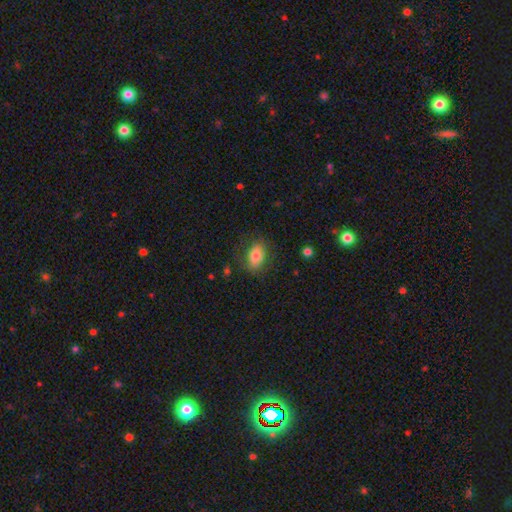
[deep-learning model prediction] This is likely a smooth galaxy (78%). How rounded: clearly in between (85%). Merging: likely none (75%).